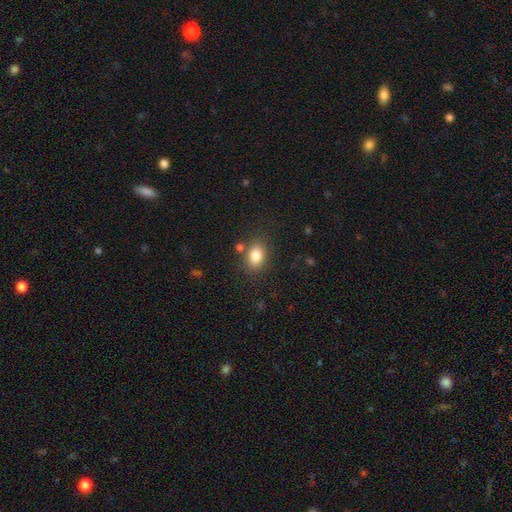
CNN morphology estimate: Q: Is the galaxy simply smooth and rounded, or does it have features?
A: smooth — 84%.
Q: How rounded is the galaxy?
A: in between — 78%.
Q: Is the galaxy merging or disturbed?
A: none — 80%.